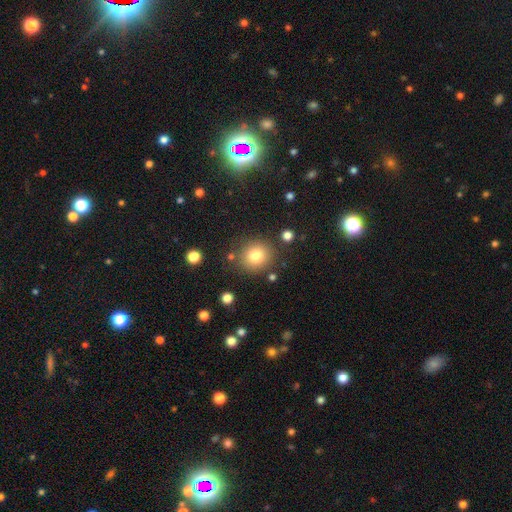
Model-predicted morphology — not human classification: Smooth or featured?
  - smooth: 80% *
  - star or artifact: 11%
  - featured or disk: 9%
How rounded?
  - round: 86% *
  - in between: 13%
  - cigar-shaped: 1%
Merging?
  - none: 82% *
  - minor disturbance: 9%
  - merger: 5%
  - major disturbance: 4%